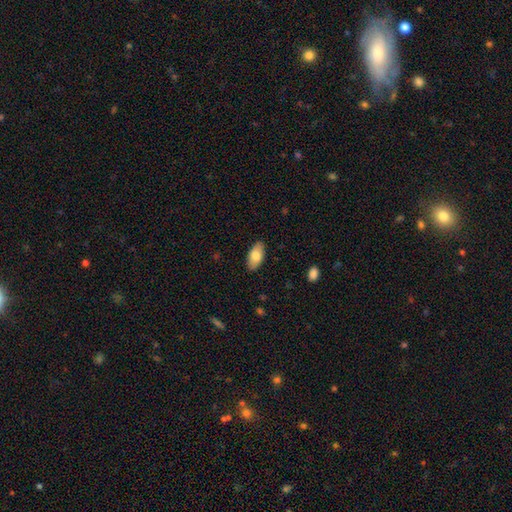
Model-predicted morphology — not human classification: smooth 78%, featured or disk 16%, star or artifact 6%. Down the decision tree: how rounded — in between (92%); merging — none (88%).